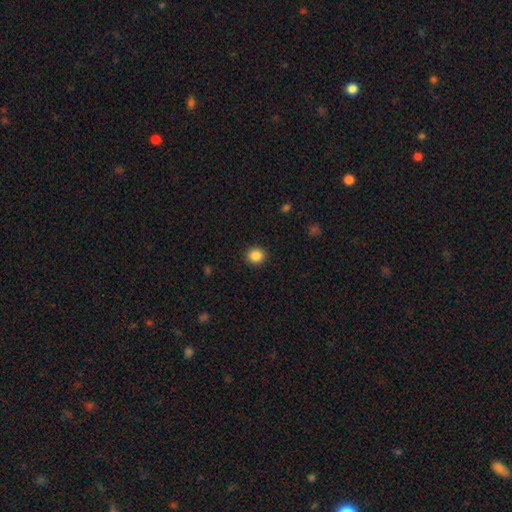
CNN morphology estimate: A smooth galaxy with no disk features (86%) that is round (88%). Merging: none (91%).